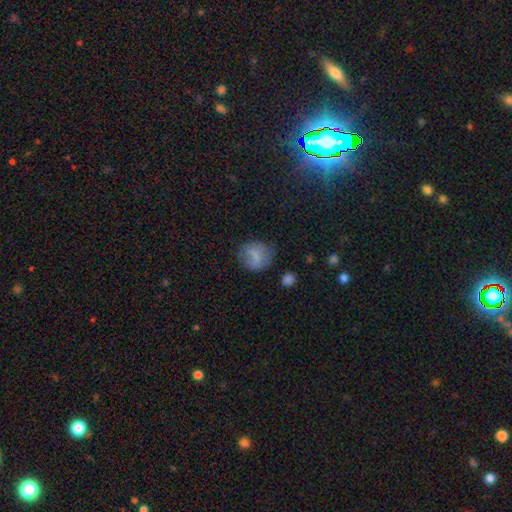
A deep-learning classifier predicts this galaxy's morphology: Smooth or featured?
  - smooth: 72% *
  - featured or disk: 18%
  - star or artifact: 10%
How rounded?
  - round: 74% *
  - in between: 25%
  - cigar-shaped: 1%
Merging?
  - none: 62% *
  - minor disturbance: 24%
  - major disturbance: 11%
  - merger: 3%